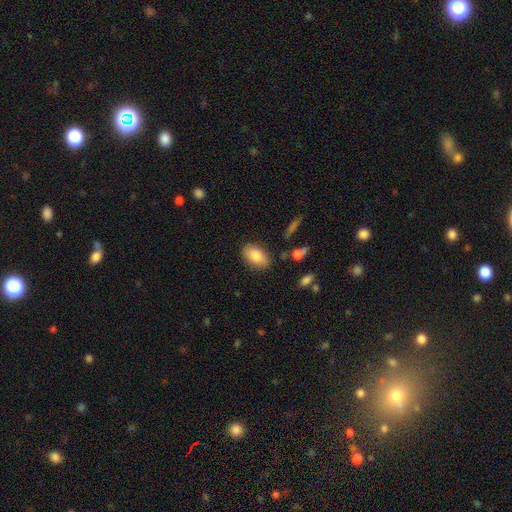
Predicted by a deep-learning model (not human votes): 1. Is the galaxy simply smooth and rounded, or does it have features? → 84% smooth, 9% featured or disk, 7% star or artifact.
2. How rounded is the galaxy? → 91% in between, 7% round, 2% cigar-shaped.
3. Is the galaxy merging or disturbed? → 83% none, 12% minor disturbance, 3% major disturbance, 2% merger.